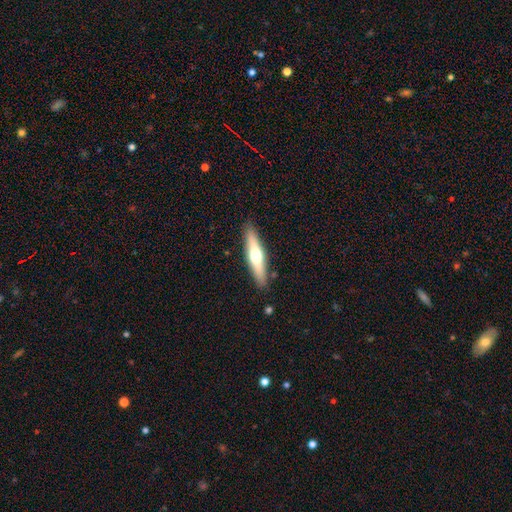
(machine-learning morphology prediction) Smooth or featured? featured or disk (50%)
Merging? none (88%)